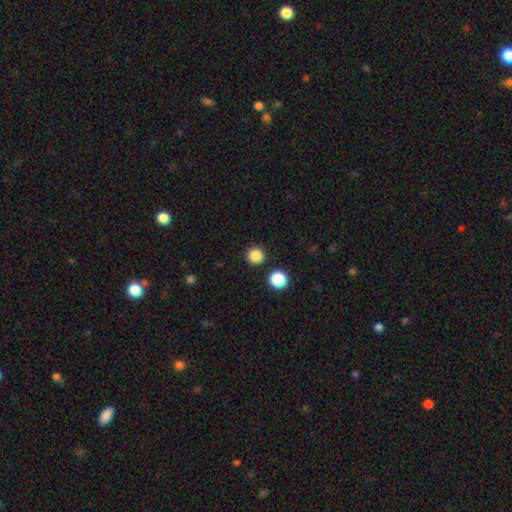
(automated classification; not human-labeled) Smooth or featured: smooth — 85% (star or artifact — 12%)
How rounded: round — 96% (in between — 3%)
Merging: none — 91% (minor disturbance — 5%)